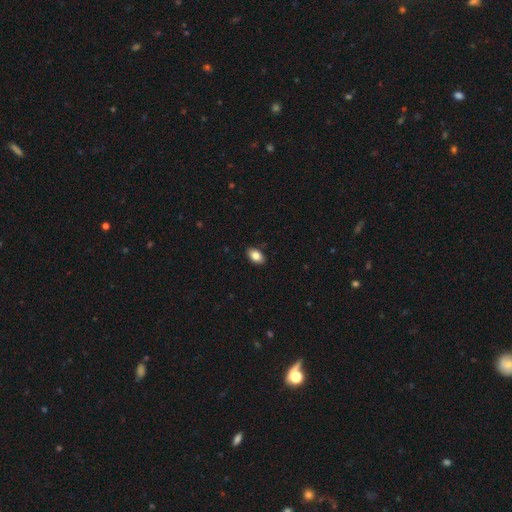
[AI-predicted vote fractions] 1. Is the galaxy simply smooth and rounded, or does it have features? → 85% smooth, 8% star or artifact, 8% featured or disk.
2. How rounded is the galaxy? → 90% in between, 8% round, 1% cigar-shaped.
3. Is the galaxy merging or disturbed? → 89% none, 8% minor disturbance, 2% major disturbance, 1% merger.